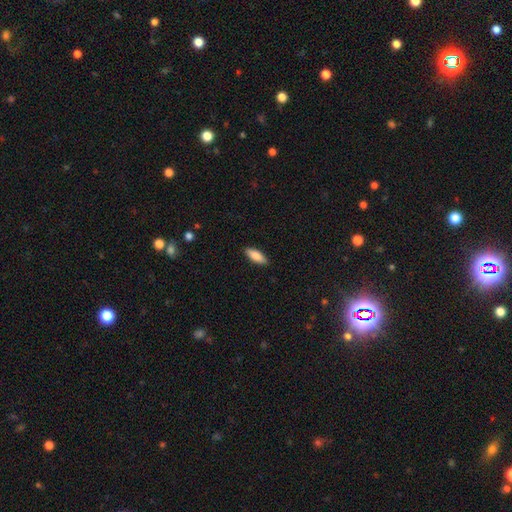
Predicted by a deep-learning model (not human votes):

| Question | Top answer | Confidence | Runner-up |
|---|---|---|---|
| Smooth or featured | smooth | 85% | featured or disk (9%) |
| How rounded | in between | 70% | cigar-shaped (28%) |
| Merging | none | 89% | minor disturbance (8%) |